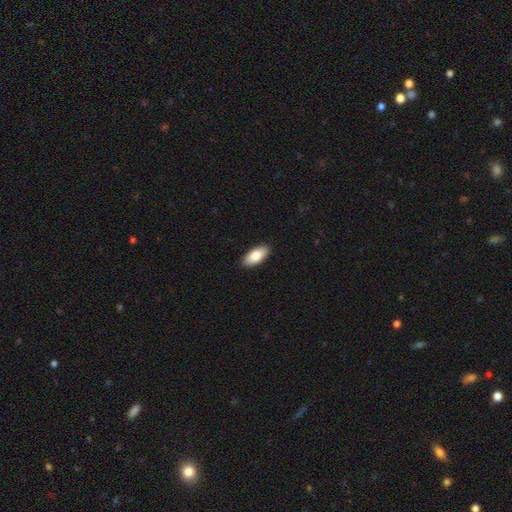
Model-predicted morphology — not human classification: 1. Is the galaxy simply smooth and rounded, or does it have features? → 84% smooth, 10% featured or disk, 6% star or artifact.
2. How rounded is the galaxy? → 89% in between, 8% cigar-shaped, 2% round.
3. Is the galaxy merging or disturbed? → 90% none, 7% minor disturbance, 2% major disturbance, 1% merger.